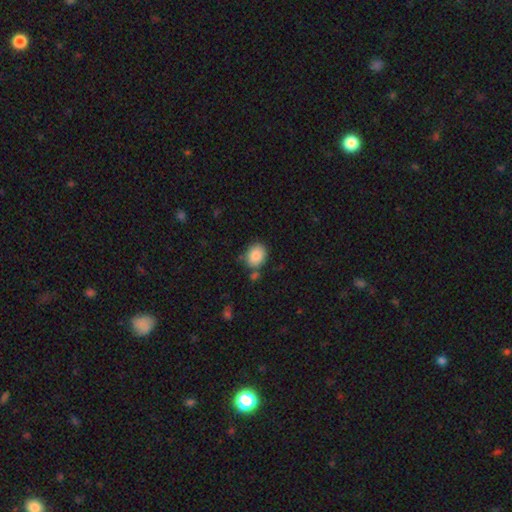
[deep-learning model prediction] Smooth or featured? Predicted: smooth (p=0.87). How rounded? Predicted: in between (p=0.56). Merging? Predicted: none (p=0.72).